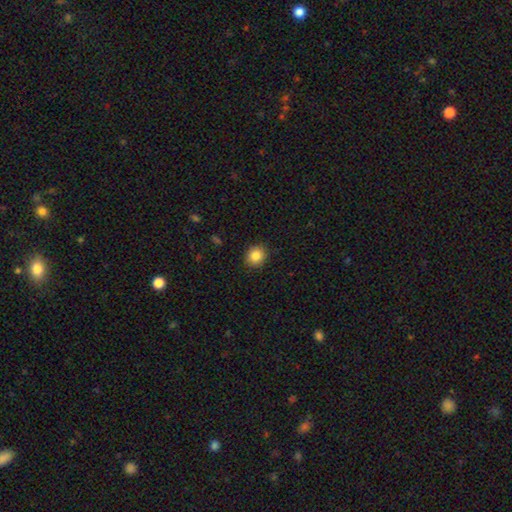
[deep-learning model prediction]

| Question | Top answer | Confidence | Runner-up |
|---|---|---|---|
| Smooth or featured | smooth | 85% | star or artifact (10%) |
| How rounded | round | 77% | in between (22%) |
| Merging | none | 90% | minor disturbance (7%) |